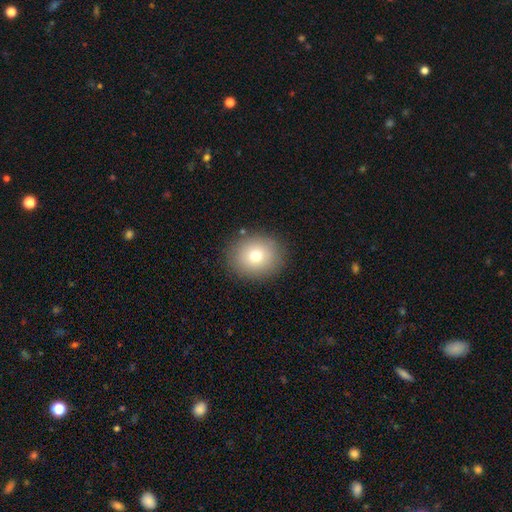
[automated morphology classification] Overall: smooth (76%). How rounded: round (77%). Merging: none (88%).